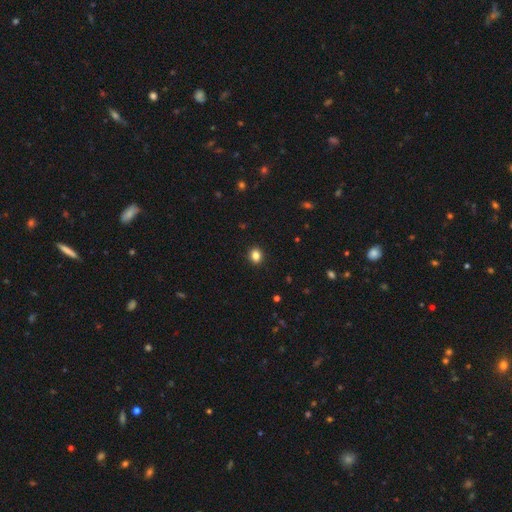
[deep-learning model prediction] The model was most divided on "how rounded": round: 67%, in between: 32%, cigar-shaped: 1%. More confident: merging — none (92%); smooth or featured — smooth (84%).